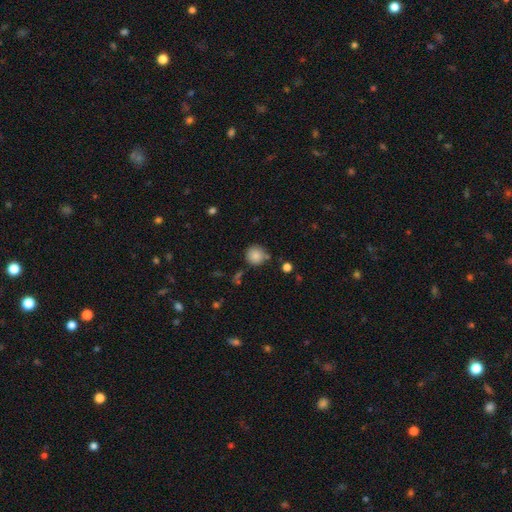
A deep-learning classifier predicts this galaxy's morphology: Smooth or featured?
  - smooth: 85% *
  - star or artifact: 10%
  - featured or disk: 6%
How rounded?
  - round: 93% *
  - in between: 6%
  - cigar-shaped: 1%
Merging?
  - none: 77% *
  - minor disturbance: 14%
  - merger: 6%
  - major disturbance: 3%